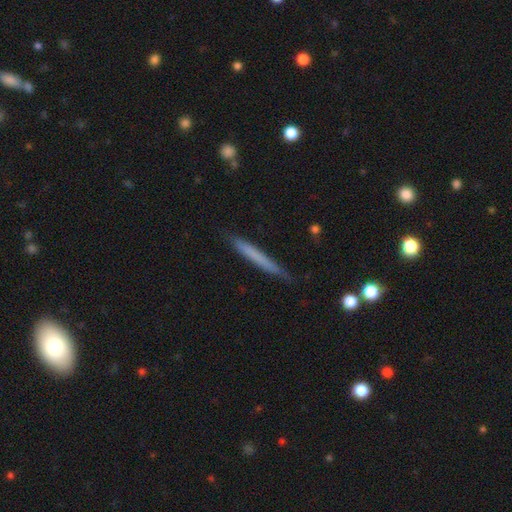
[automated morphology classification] A smooth galaxy with no disk features (63%) that is cigar-shaped (96%). Merging: none (83%).